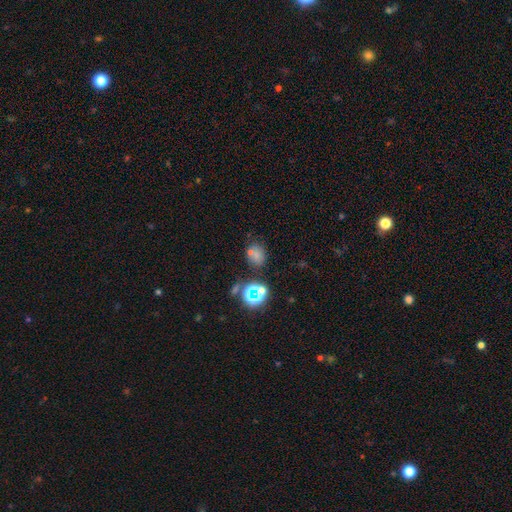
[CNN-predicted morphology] Smooth or featured? Predicted: smooth (p=0.53). How rounded? Predicted: round (p=0.59). Merging? Predicted: none (p=0.63).